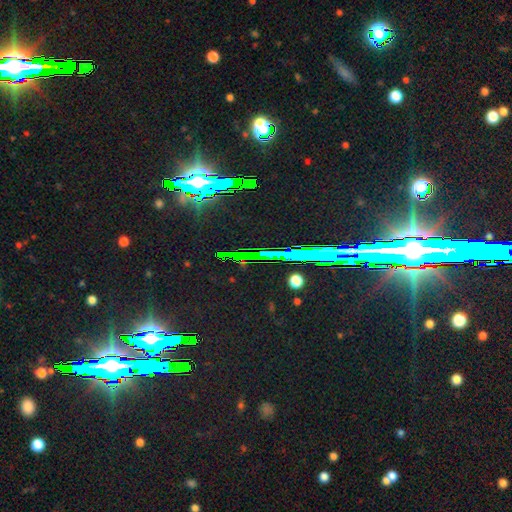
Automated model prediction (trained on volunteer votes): A star or artifact, not a galaxy (78%).

Vote fractions:
- Smooth or featured? star or artifact: 78% / smooth: 12% / featured or disk: 10%